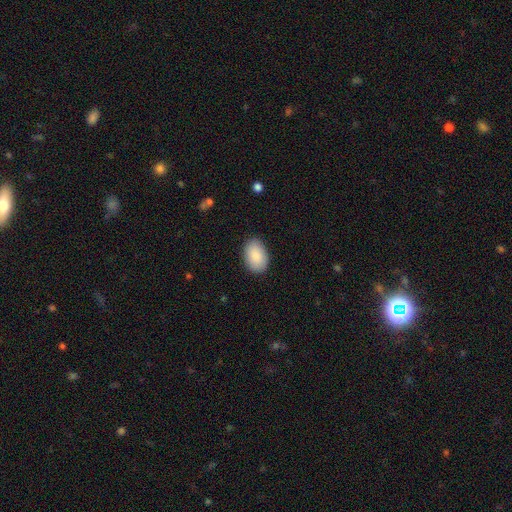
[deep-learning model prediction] smooth-or-featured: smooth: 90% | star or artifact: 6% | featured or disk: 4%
  how-rounded: in between: 90% | round: 9% | cigar-shaped: 1%
  merging: none: 87% | minor disturbance: 10% | major disturbance: 2% | merger: 1%